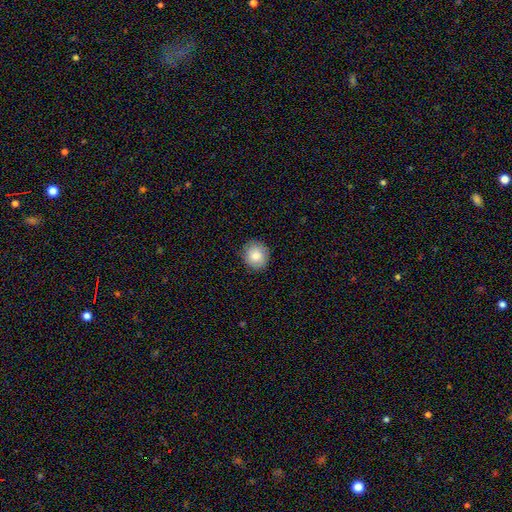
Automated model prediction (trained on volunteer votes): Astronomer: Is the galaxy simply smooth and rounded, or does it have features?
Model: smooth — 82%.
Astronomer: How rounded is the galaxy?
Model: round — 71%.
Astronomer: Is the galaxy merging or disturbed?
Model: none — 85%.